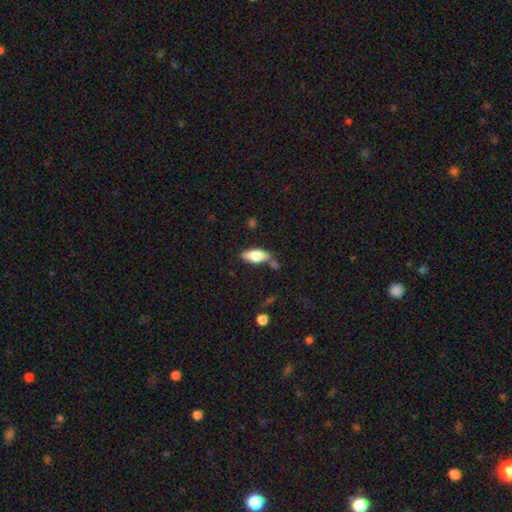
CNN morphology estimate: smooth_or_featured: smooth (p=0.67) [alt: featured or disk p=0.26]
how_rounded: in between (p=0.76) [alt: cigar-shaped p=0.22]
merging: none (p=0.69) [alt: minor disturbance p=0.17]